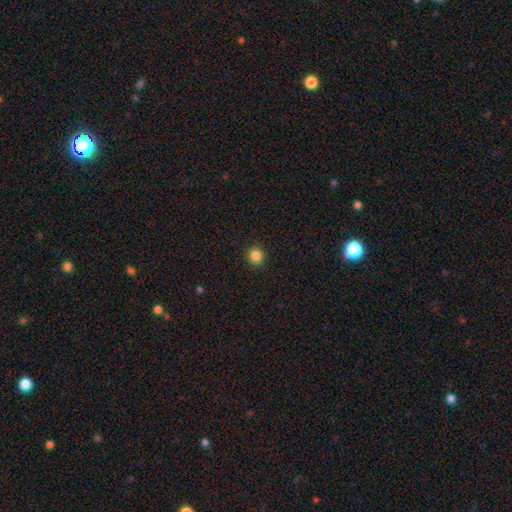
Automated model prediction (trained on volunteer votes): Smooth or featured: smooth — 85% (star or artifact — 11%)
How rounded: round — 88% (in between — 11%)
Merging: none — 92% (minor disturbance — 5%)